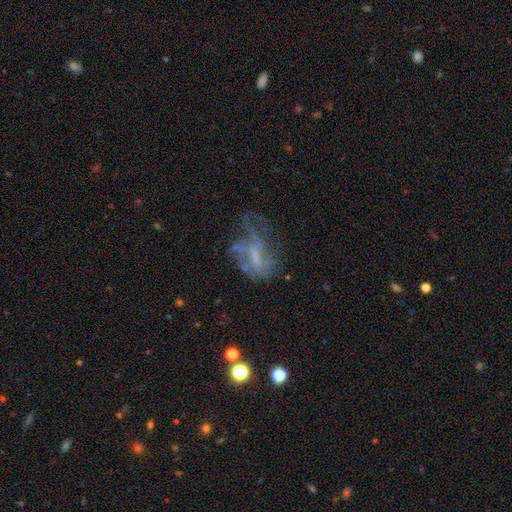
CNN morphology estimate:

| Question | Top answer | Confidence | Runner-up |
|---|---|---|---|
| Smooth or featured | featured or disk | 57% | smooth (25%) |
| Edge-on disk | no | 95% | yes (5%) |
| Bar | no | 57% | weak (31%) |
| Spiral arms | no | 68% | yes (32%) |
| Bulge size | none | 54% | small (24%) |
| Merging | major disturbance | 38% | none (37%) |